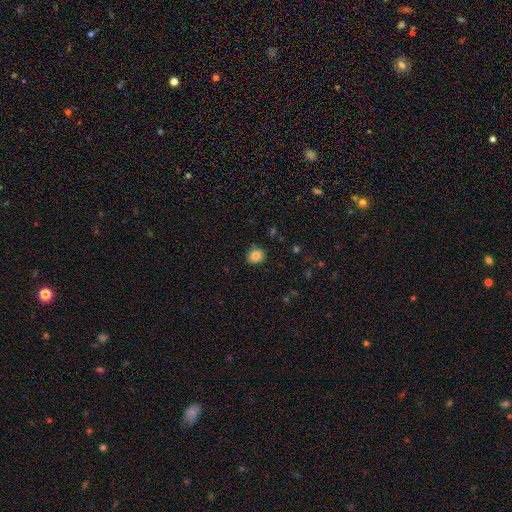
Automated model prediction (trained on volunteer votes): smooth_or_featured: smooth (p=0.84) [alt: star or artifact p=0.10]
how_rounded: round (p=0.87) [alt: in between p=0.12]
merging: none (p=0.89) [alt: minor disturbance p=0.08]